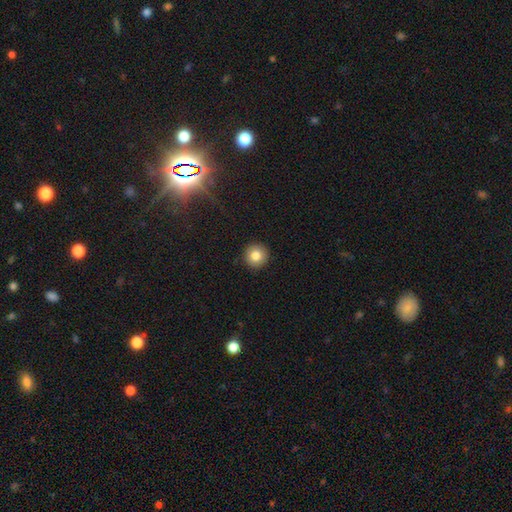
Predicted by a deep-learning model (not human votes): Overall: smooth (82%). How rounded: round (96%). Merging: none (93%).